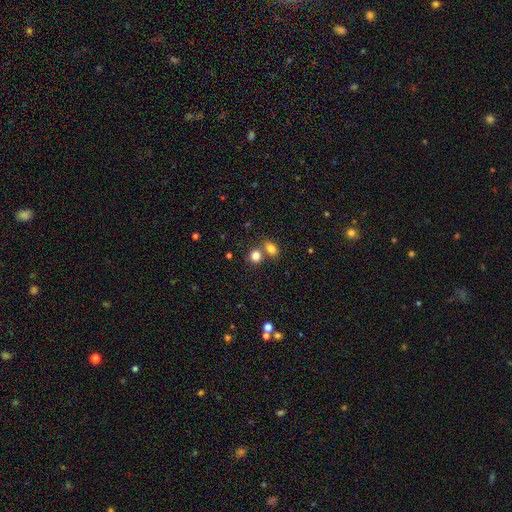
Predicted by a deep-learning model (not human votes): This is clearly a smooth galaxy (81%). How rounded: likely round (64%). Merging: possibly none (51%).